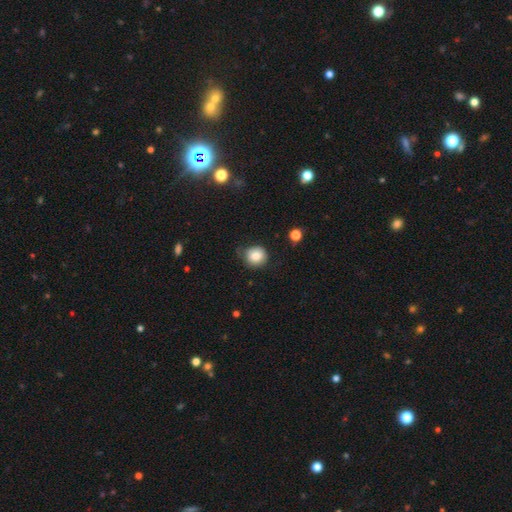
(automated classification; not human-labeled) This is clearly a smooth galaxy (82%). How rounded: clearly round (88%). Merging: likely none (69%).